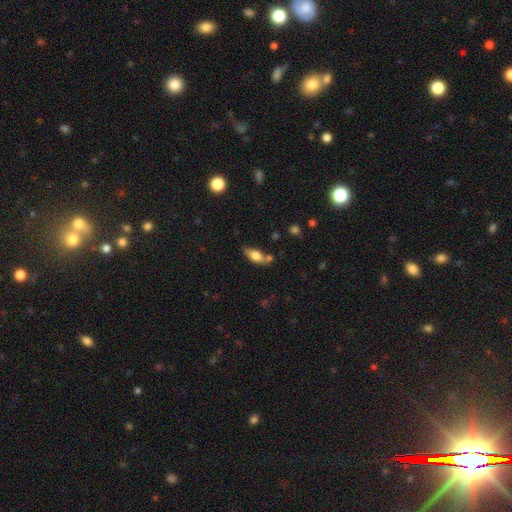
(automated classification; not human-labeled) This is likely a smooth galaxy (71%). How rounded: likely in between (78%). Merging: possibly none (59%).